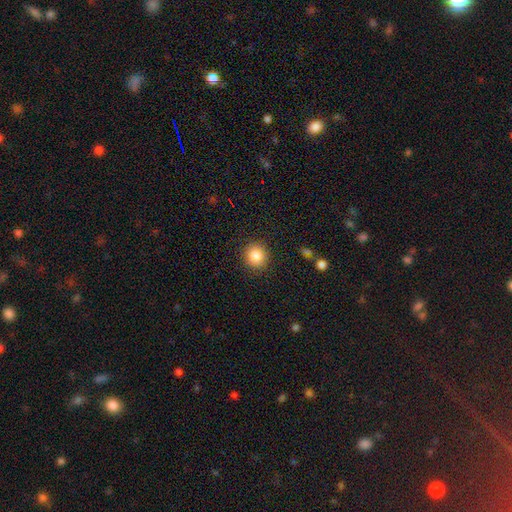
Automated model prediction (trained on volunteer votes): smooth 85%, star or artifact 9%, featured or disk 5%. Down the decision tree: how rounded — round (89%); merging — none (90%).